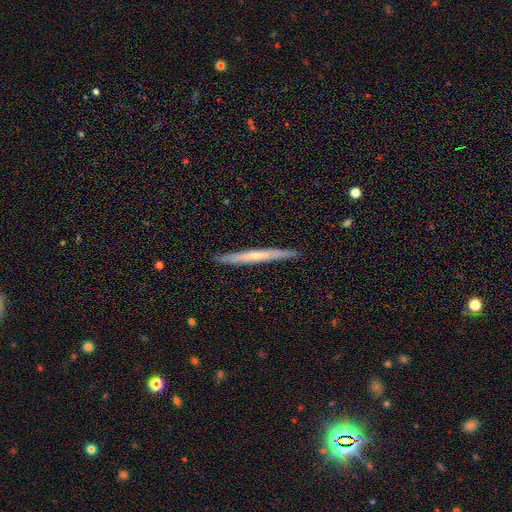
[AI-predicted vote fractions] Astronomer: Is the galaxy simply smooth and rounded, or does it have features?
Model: featured or disk — 52% (runner-up: smooth, 42%).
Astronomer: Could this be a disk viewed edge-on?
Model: yes — 96%.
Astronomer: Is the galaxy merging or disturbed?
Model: none — 91%.